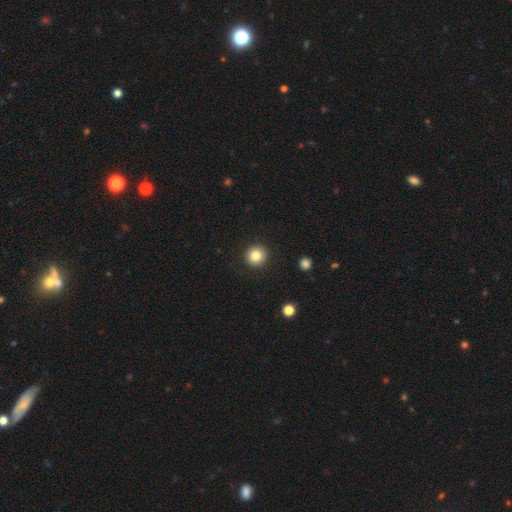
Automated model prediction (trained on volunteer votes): smooth 84%, star or artifact 10%, featured or disk 7%. Down the decision tree: how rounded — round (93%); merging — none (92%).